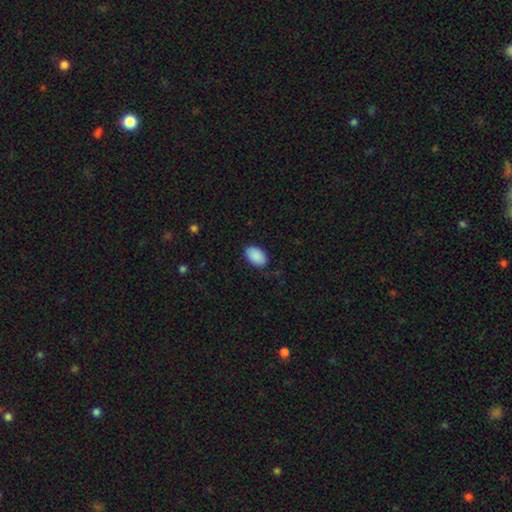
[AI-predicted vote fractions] Q: Smooth or featured?
A: smooth (91%); runner-up: star or artifact (6%)
Q: How rounded?
A: in between (93%); runner-up: round (6%)
Q: Merging?
A: none (85%); runner-up: minor disturbance (12%)